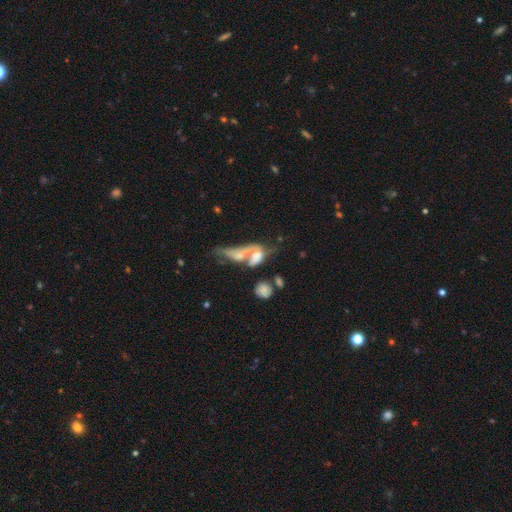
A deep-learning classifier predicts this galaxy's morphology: This appears to be a featured or disk galaxy (46%). Merging: merger (63%).